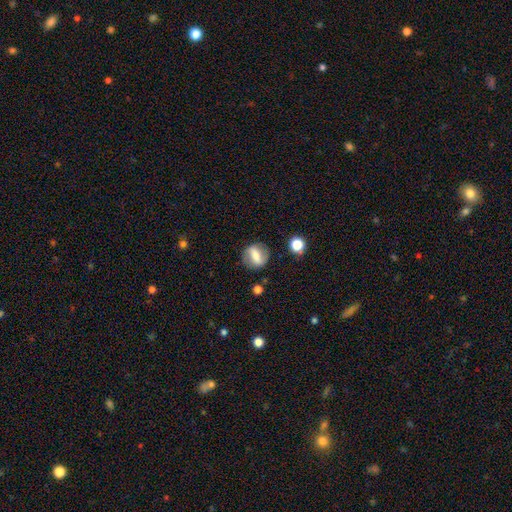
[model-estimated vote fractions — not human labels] A smooth galaxy with no disk features (49%). Merging: none (80%).